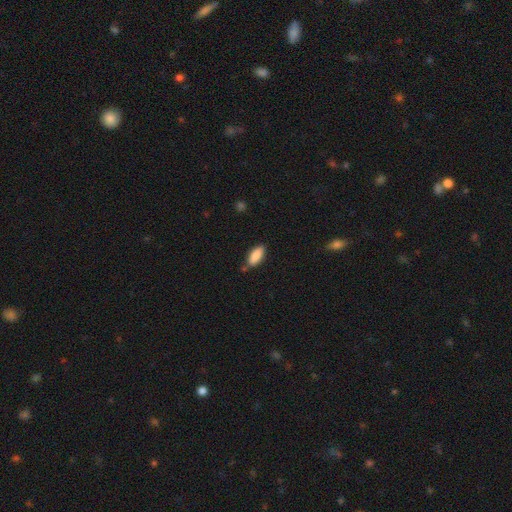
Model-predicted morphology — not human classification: This is clearly a smooth galaxy (88%). How rounded: clearly in between (84%). Merging: likely none (76%).